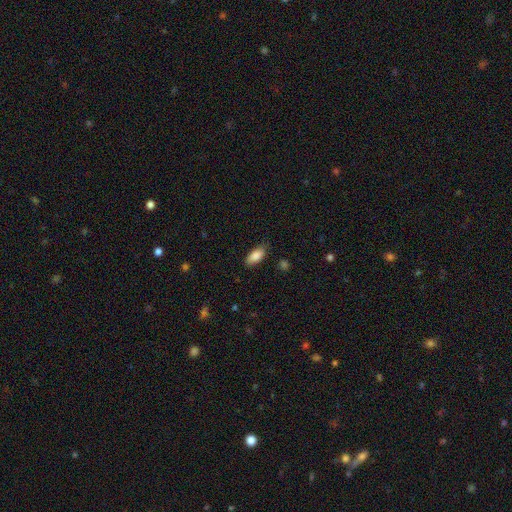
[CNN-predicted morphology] smooth 87%, star or artifact 7%, featured or disk 6%. Down the decision tree: how rounded — in between (88%); merging — none (80%).